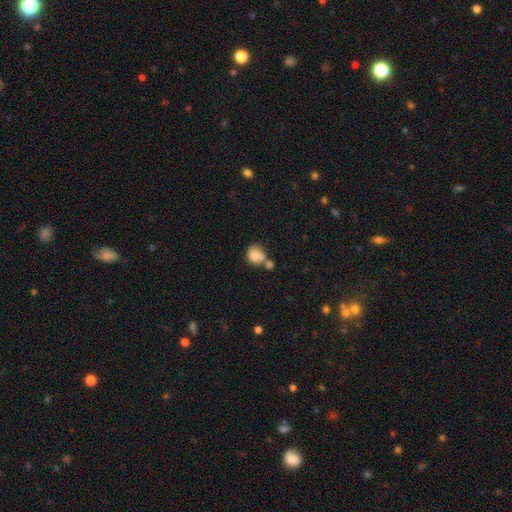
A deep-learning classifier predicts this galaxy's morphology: Q: Smooth or featured?
A: smooth (80%); runner-up: featured or disk (12%)
Q: How rounded?
A: round (67%); runner-up: in between (32%)
Q: Merging?
A: merger (45%); runner-up: none (33%)